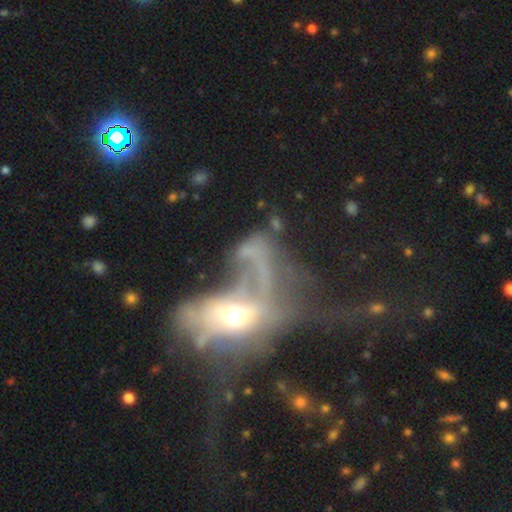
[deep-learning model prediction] Smooth or featured? Predicted: featured or disk (p=0.59). Edge-on disk? Predicted: no (p=0.90). Bar? Predicted: no (p=0.69). Spiral arms? Predicted: no (p=0.67). Bulge size? Predicted: moderate (p=0.51). Merging? Predicted: major disturbance (p=0.54).